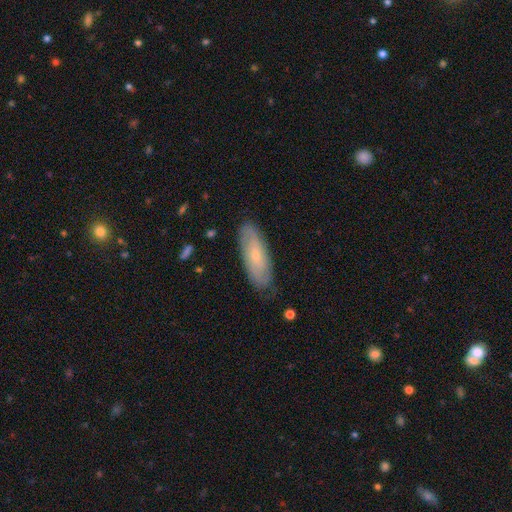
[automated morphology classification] A featured or disk galaxy (48%).

Vote fractions:
- Smooth or featured? featured or disk: 48% / smooth: 45% / star or artifact: 7%
- Merging? none: 80% / minor disturbance: 16% / major disturbance: 3% / merger: 1%